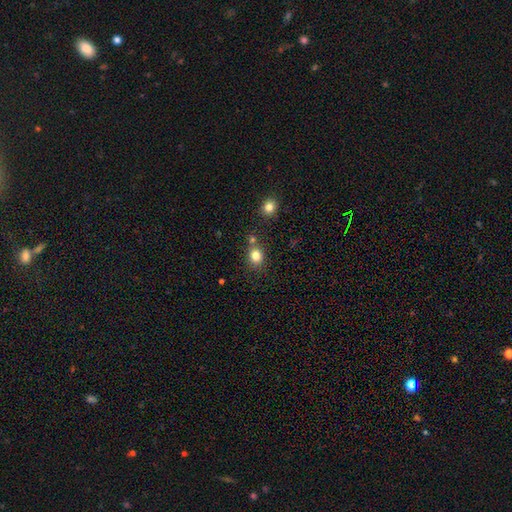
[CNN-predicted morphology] The model was most divided on "how rounded": round: 69%, in between: 30%, cigar-shaped: 1%. More confident: smooth or featured — smooth (81%); merging — none (70%).